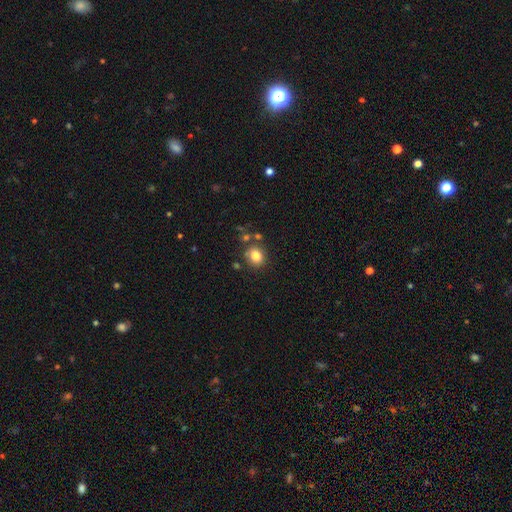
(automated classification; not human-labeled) Overall: smooth (81%). How rounded: round (67%; in between 32%). Merging: none (76%).